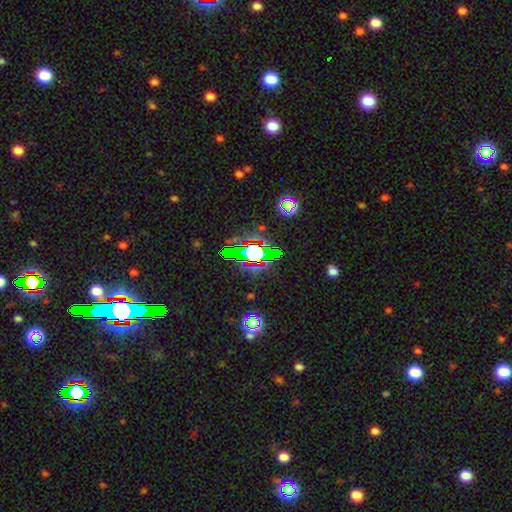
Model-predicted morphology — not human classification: A star or artifact, not a galaxy (67%).